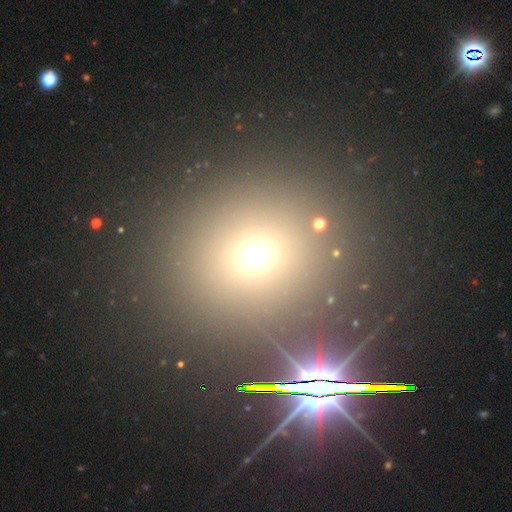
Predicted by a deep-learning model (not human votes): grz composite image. It shows a smooth galaxy with no disk features (56%) that is round (89%). Merging: none (85%).